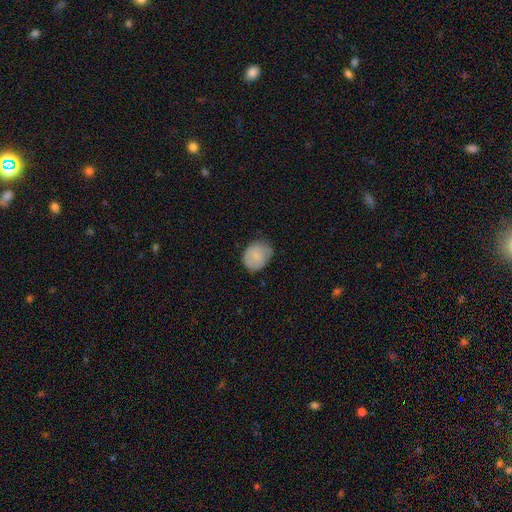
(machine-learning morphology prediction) smooth-or-featured: smooth: 79% | featured or disk: 14% | star or artifact: 7%
  how-rounded: in between: 52% | round: 48% | cigar-shaped: 1%
  merging: none: 64% | minor disturbance: 28% | major disturbance: 6% | merger: 1%